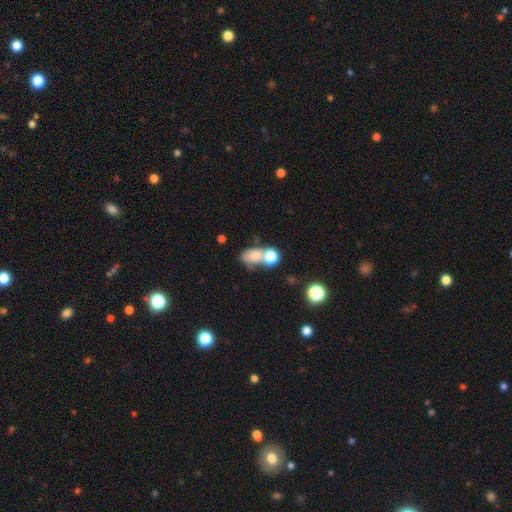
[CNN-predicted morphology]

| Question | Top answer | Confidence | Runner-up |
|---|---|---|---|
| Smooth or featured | smooth | 74% | featured or disk (13%) |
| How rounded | in between | 70% | round (28%) |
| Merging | merger | 46% | none (35%) |